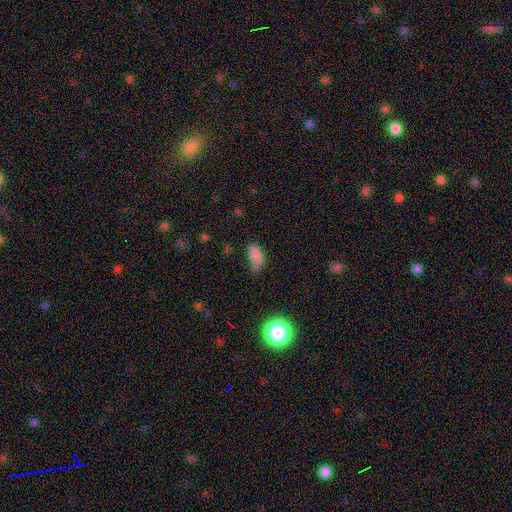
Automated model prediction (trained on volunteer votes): Overall: smooth (81%). How rounded: in between (91%). Merging: none (53%; minor disturbance 34%).